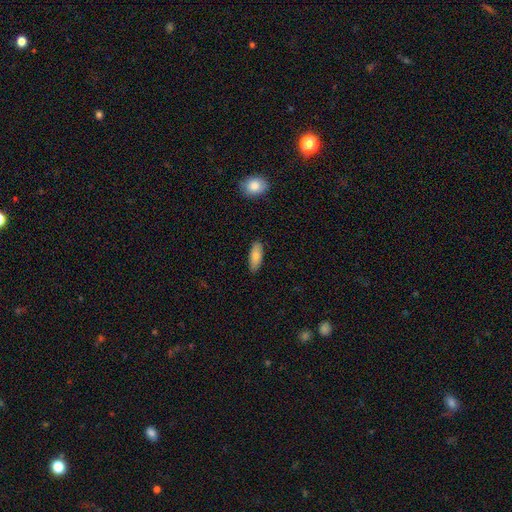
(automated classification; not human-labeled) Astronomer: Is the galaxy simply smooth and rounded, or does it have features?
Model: smooth — 81%.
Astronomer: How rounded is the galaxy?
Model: in between — 75%.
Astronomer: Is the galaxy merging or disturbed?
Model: none — 86%.